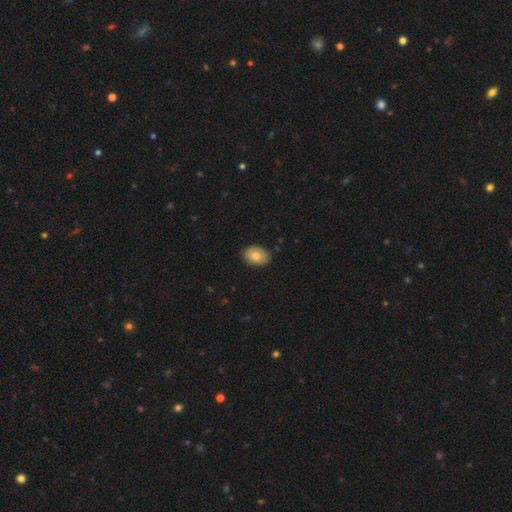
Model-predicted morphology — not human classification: smooth-or-featured: smooth: 81% | featured or disk: 12% | star or artifact: 7%
  how-rounded: in between: 80% | round: 19% | cigar-shaped: 1%
  merging: none: 85% | minor disturbance: 12% | major disturbance: 2% | merger: 1%